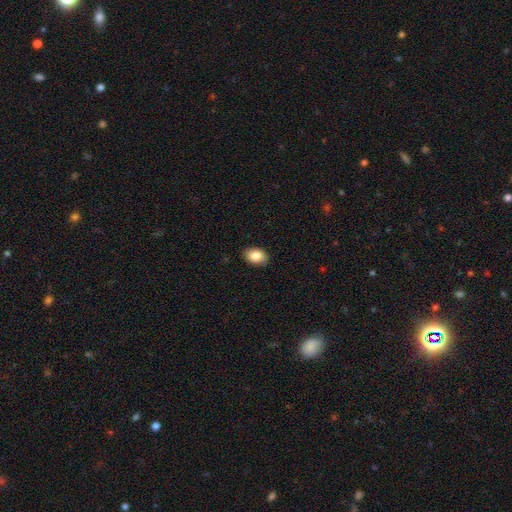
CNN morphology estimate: smooth_or_featured: smooth (p=0.86) [alt: star or artifact p=0.07]
how_rounded: in between (p=0.83) [alt: round p=0.16]
merging: none (p=0.86) [alt: minor disturbance p=0.11]